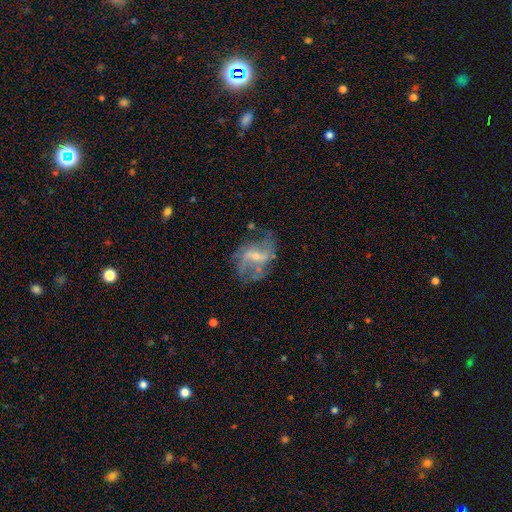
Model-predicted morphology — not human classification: smooth-or-featured: featured or disk: 72% | smooth: 18% | star or artifact: 10%
  disk-edge-on: no: 96% | yes: 4%
    bar: weak: 49% | no: 30% | strong: 21%
    has-spiral-arms: yes: 73% | no: 27%
      spiral-winding: loose: 55% | medium: 33% | tight: 12%
      spiral-arm-count: 2: 53% | can't tell: 26% | 3: 10% | 1: 5% | 4: 4% | more than 4: 3%
    bulge-size: small: 54% | moderate: 32% | none: 11% | large: 2% | dominant: 1%
  merging: none: 52% | minor disturbance: 23% | major disturbance: 21% | merger: 4%